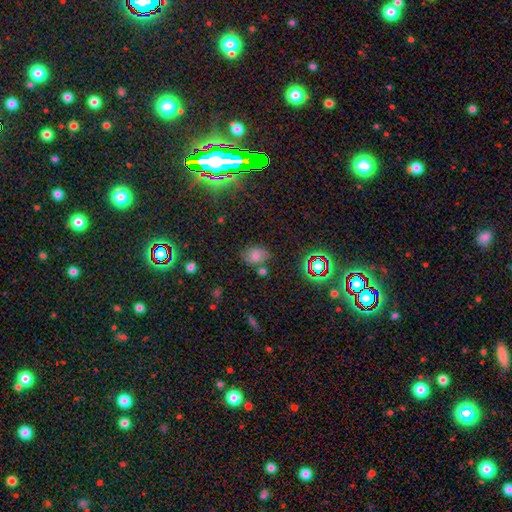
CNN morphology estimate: A smooth galaxy with no disk features (66%) that is in between round and cigar-shaped (65%). Merging: none (72%).